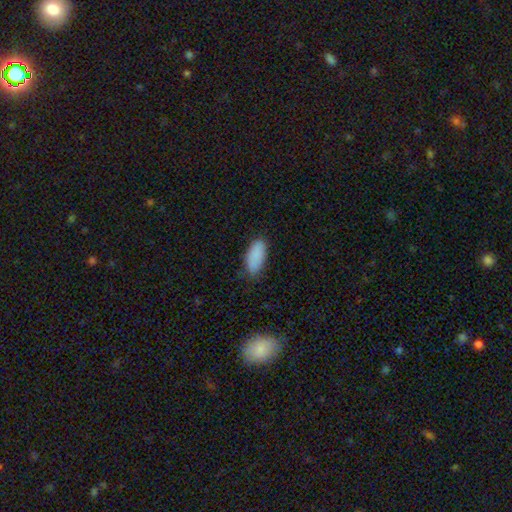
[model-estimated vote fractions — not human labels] A smooth galaxy with no disk features (89%) that is in between round and cigar-shaped (85%).

Vote fractions:
- Smooth or featured? smooth: 89% / star or artifact: 7% / featured or disk: 5%
- How rounded? in between: 85% / cigar-shaped: 13% / round: 2%
- Merging? none: 79% / minor disturbance: 17% / major disturbance: 3% / merger: 1%